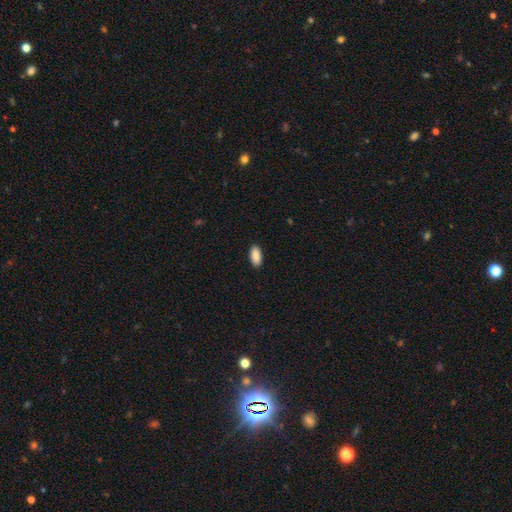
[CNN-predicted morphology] Smooth or featured?
  - smooth: 91% *
  - star or artifact: 6%
  - featured or disk: 3%
How rounded?
  - in between: 91% *
  - cigar-shaped: 7%
  - round: 2%
Merging?
  - none: 90% *
  - minor disturbance: 7%
  - major disturbance: 2%
  - merger: 1%